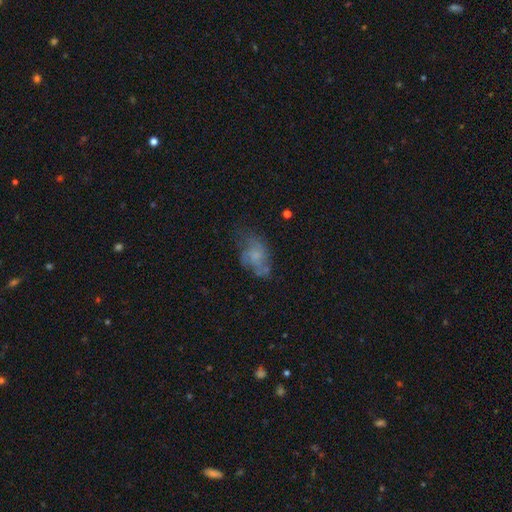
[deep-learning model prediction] smooth_or_featured: featured or disk (p=0.47) [alt: smooth p=0.41]
merging: none (p=0.41) [alt: minor disturbance p=0.27]